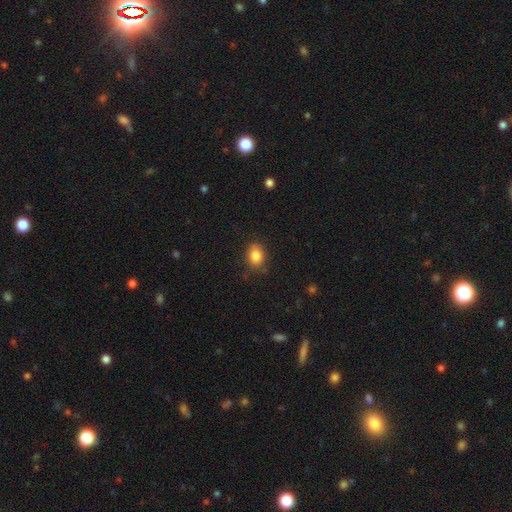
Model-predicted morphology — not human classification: type=smooth (85%); roundness=in between (64%); merging=none (80%).